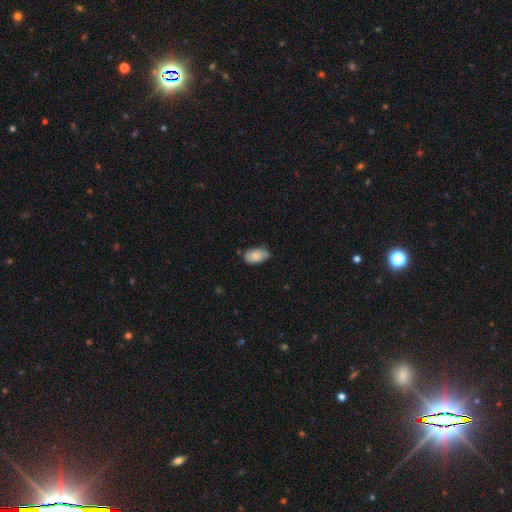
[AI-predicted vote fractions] A smooth galaxy with no disk features (80%) that is in between round and cigar-shaped (93%).

Vote fractions:
- Smooth or featured? smooth: 80% / featured or disk: 13% / star or artifact: 7%
- How rounded? in between: 93% / round: 5% / cigar-shaped: 2%
- Merging? none: 58% / minor disturbance: 35% / major disturbance: 5% / merger: 2%